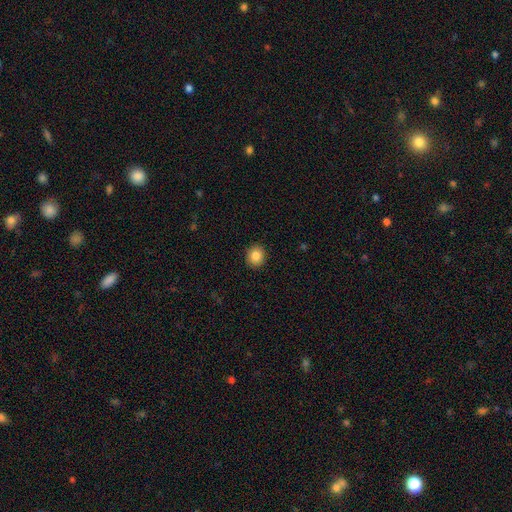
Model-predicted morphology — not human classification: This is clearly a smooth galaxy (85%). How rounded: clearly round (83%). Merging: clearly none (91%).